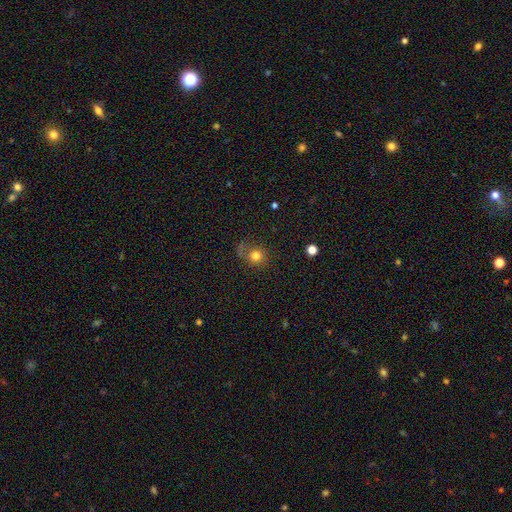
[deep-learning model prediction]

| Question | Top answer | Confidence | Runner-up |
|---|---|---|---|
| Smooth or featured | smooth | 76% | star or artifact (14%) |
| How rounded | round | 82% | in between (17%) |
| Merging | none | 63% | minor disturbance (19%) |